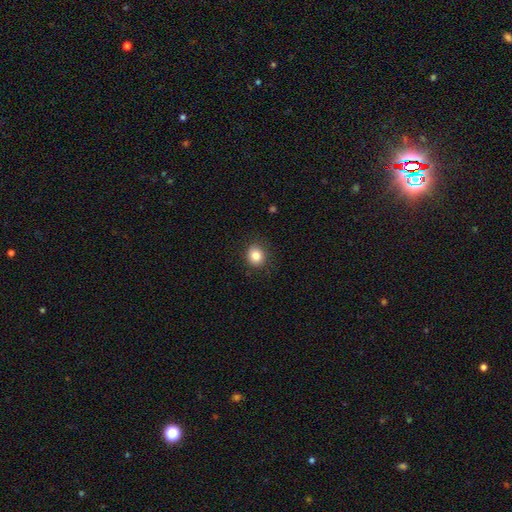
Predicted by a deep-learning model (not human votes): A smooth galaxy with no disk features (85%) that is round (79%).

Vote fractions:
- Smooth or featured? smooth: 85% / star or artifact: 10% / featured or disk: 5%
- How rounded? round: 79% / in between: 20% / cigar-shaped: 1%
- Merging? none: 88% / minor disturbance: 8% / major disturbance: 2% / merger: 1%